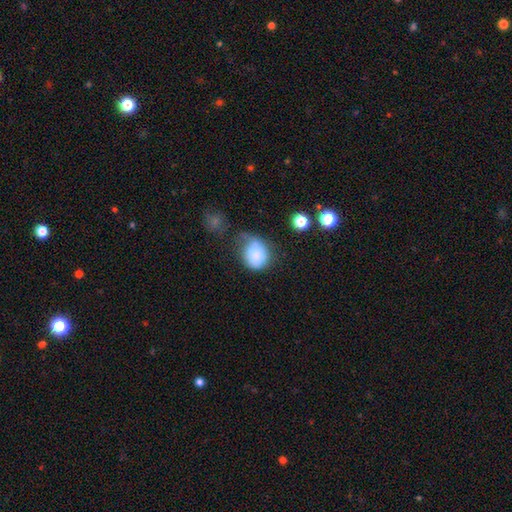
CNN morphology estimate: Q: Smooth or featured?
A: smooth (81%); runner-up: featured or disk (11%)
Q: How rounded?
A: round (67%); runner-up: in between (32%)
Q: Merging?
A: minor disturbance (36%); runner-up: none (33%)